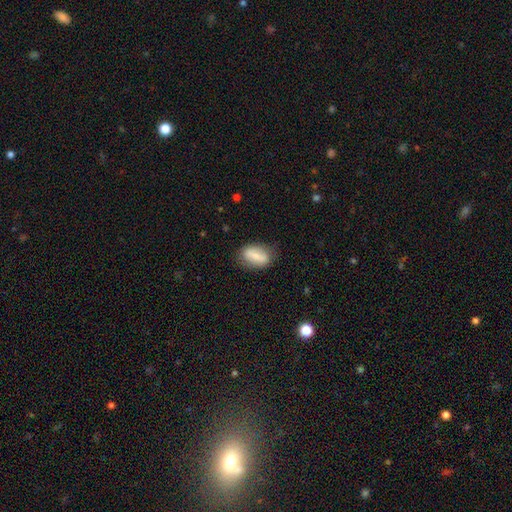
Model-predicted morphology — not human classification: This appears to be a smooth galaxy with no disk features (75%) that is in between round and cigar-shaped (84%). Merging: none (77%).